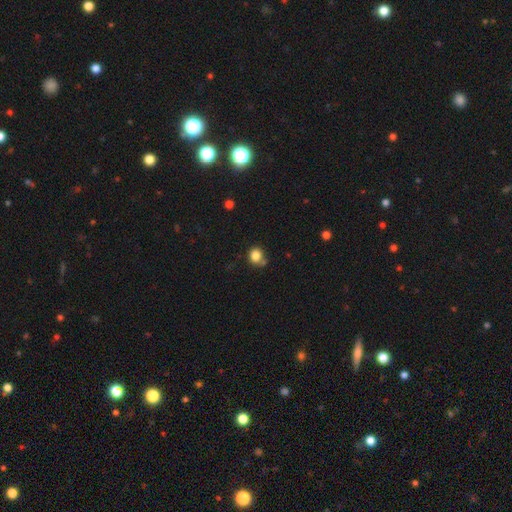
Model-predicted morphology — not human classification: type=smooth (83%); roundness=round (78%); merging=none (64%).